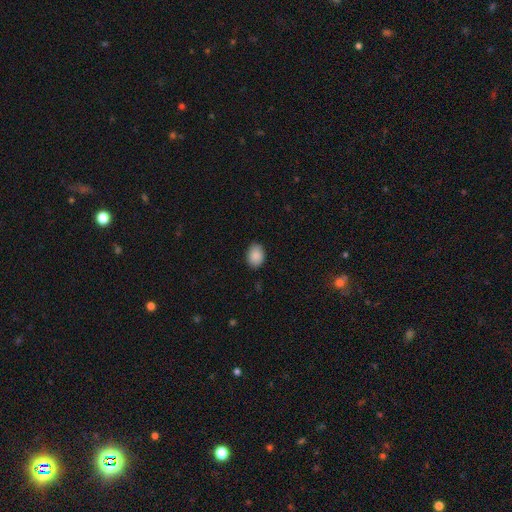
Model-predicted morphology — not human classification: Smooth or featured: smooth — 89% (star or artifact — 7%)
How rounded: in between — 72% (round — 27%)
Merging: none — 87% (minor disturbance — 10%)